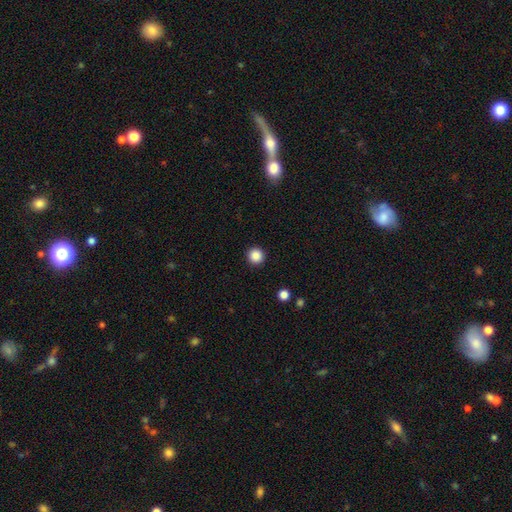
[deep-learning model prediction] smooth 87%, star or artifact 10%, featured or disk 3%. Down the decision tree: how rounded — round (96%); merging — none (93%).